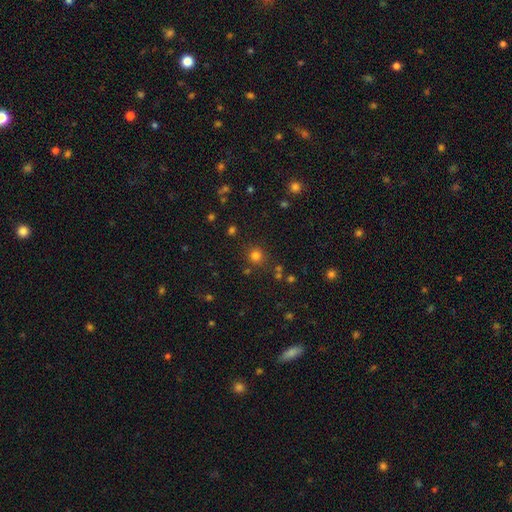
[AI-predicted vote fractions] This is likely a smooth galaxy (76%). How rounded: clearly round (92%). Merging: clearly none (84%).